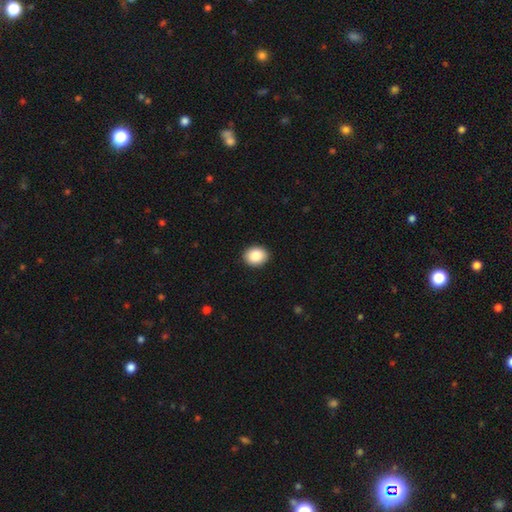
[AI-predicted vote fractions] This is clearly a smooth galaxy (87%). How rounded: possibly round (56%). Merging: clearly none (92%).